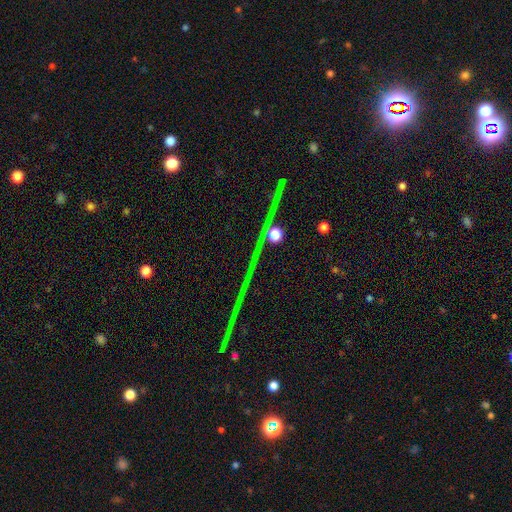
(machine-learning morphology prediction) Smooth or featured? star or artifact (71%)